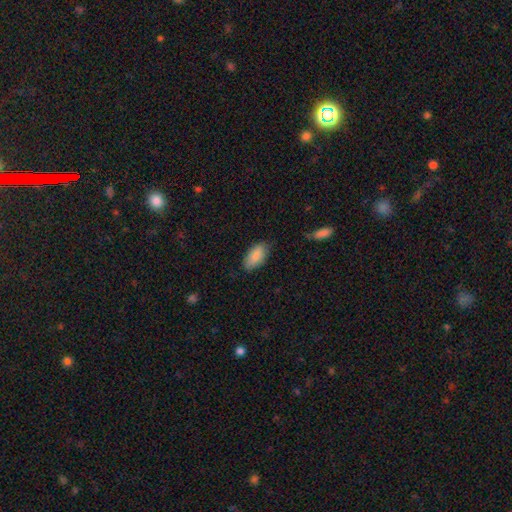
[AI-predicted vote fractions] Morphology: type=smooth (87%); roundness=in between (92%); merging=none (79%).